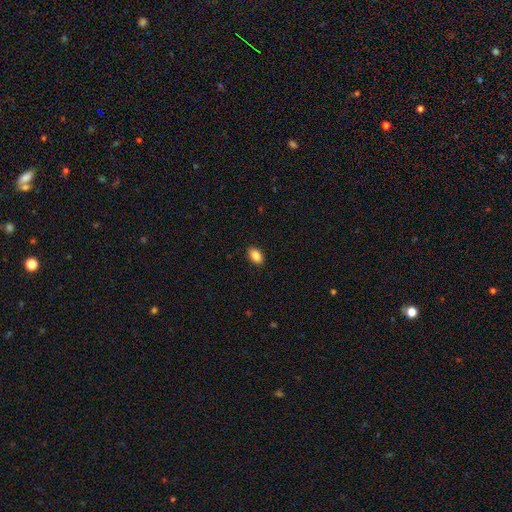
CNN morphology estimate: Smooth or featured? Predicted: smooth (p=0.88). How rounded? Predicted: in between (p=0.91). Merging? Predicted: none (p=0.90).